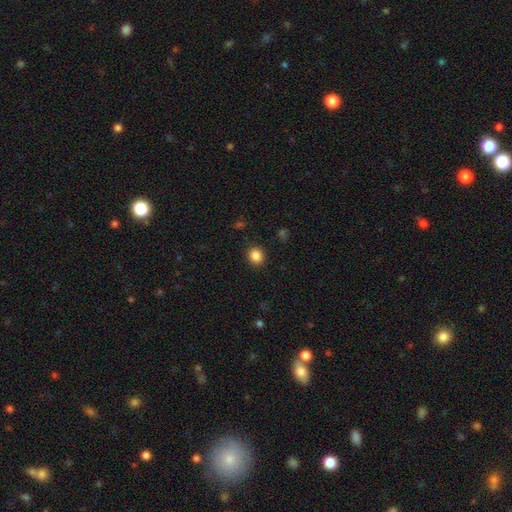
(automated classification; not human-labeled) This appears to be a smooth galaxy with no disk features (86%) that is round (84%). Merging: none (90%).